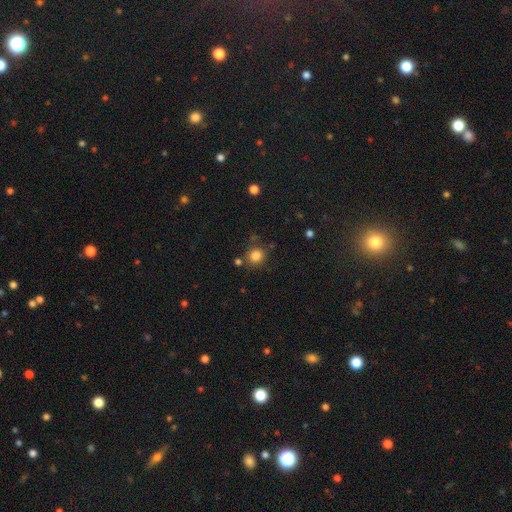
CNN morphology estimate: Smooth or featured?
  - smooth: 83% *
  - star or artifact: 12%
  - featured or disk: 5%
How rounded?
  - round: 87% *
  - in between: 12%
  - cigar-shaped: 1%
Merging?
  - none: 79% *
  - minor disturbance: 10%
  - merger: 7%
  - major disturbance: 4%